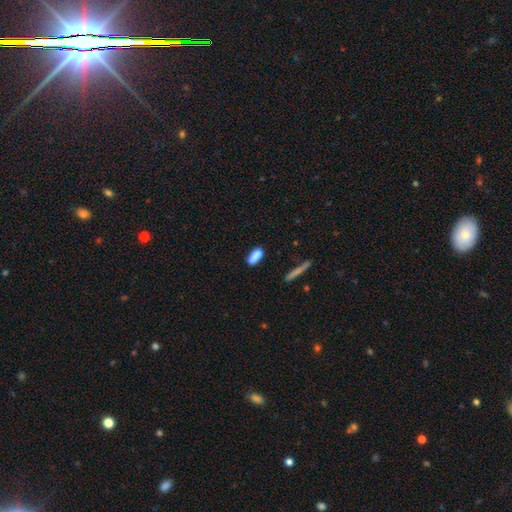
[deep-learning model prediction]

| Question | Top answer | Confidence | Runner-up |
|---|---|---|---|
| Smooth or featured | smooth | 85% | star or artifact (8%) |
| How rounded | in between | 68% | cigar-shaped (29%) |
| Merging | none | 72% | minor disturbance (18%) |